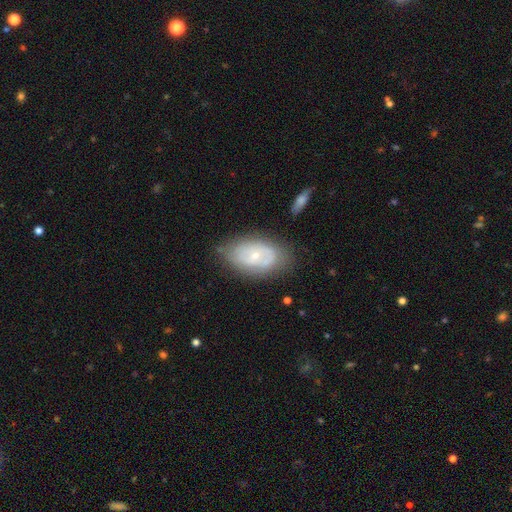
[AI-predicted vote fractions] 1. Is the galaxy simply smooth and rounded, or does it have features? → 61% featured or disk, 32% smooth, 7% star or artifact.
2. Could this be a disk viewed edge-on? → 93% no, 7% yes.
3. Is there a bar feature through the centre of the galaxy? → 76% no, 20% weak, 4% strong.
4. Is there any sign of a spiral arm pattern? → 53% yes, 47% no.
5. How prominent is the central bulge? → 66% small, 30% moderate, 1% large, 1% none, 1% dominant.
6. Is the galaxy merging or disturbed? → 71% none, 20% minor disturbance, 7% major disturbance, 2% merger.